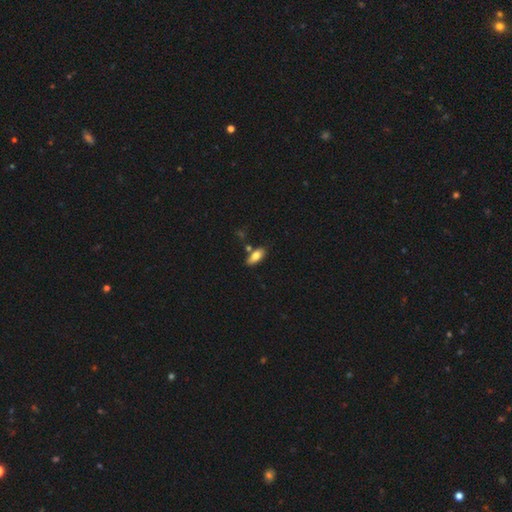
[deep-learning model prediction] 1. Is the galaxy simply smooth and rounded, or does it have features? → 80% smooth, 13% featured or disk, 7% star or artifact.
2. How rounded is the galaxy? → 87% in between, 10% cigar-shaped, 3% round.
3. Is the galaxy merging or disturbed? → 71% none, 15% minor disturbance, 11% merger, 3% major disturbance.